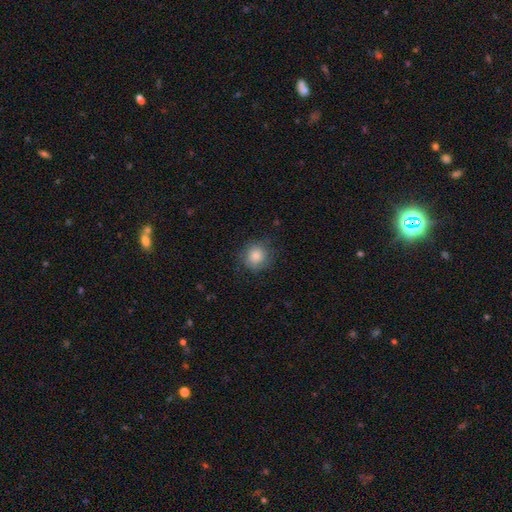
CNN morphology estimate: A smooth galaxy with no disk features (79%) that is round (90%). Merging: none (79%).